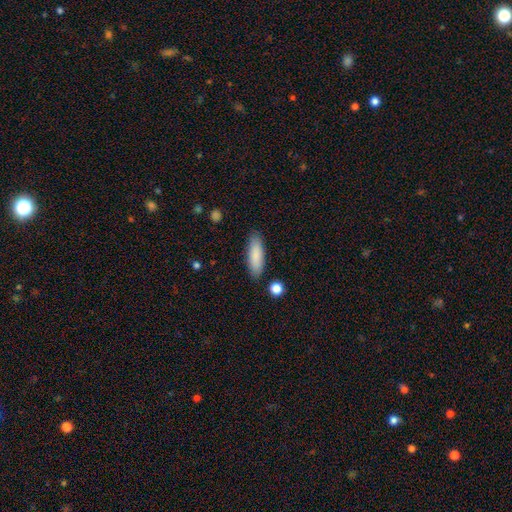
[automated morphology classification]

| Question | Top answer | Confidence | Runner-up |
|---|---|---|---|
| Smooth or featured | smooth | 86% | featured or disk (8%) |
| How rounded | in between | 57% | cigar-shaped (41%) |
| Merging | none | 86% | minor disturbance (10%) |